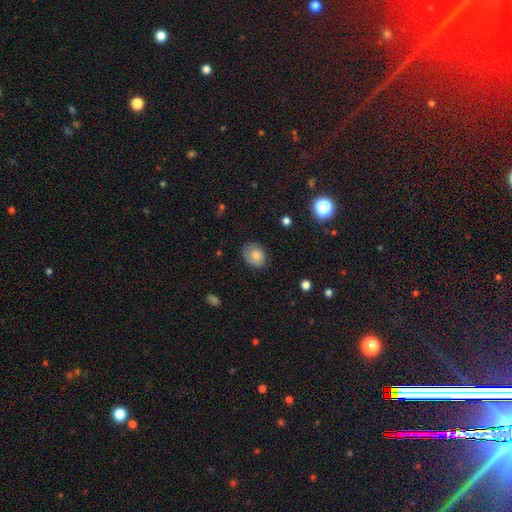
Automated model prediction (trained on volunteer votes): smooth-or-featured: smooth: 76% | featured or disk: 15% | star or artifact: 9%
  how-rounded: in between: 55% | round: 44% | cigar-shaped: 1%
  merging: none: 77% | minor disturbance: 18% | major disturbance: 4% | merger: 1%